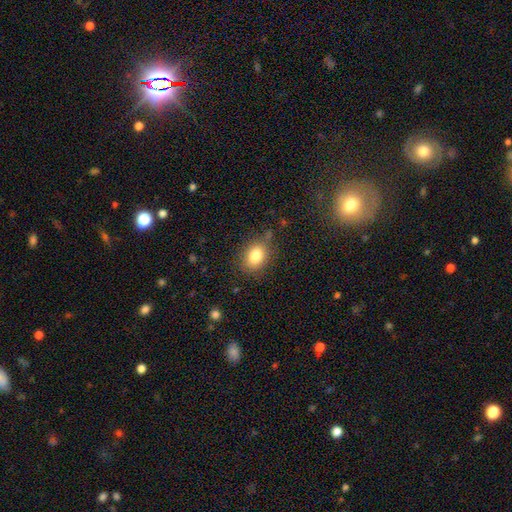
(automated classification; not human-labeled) Smooth or featured? smooth (82%)
How rounded? in between (67%)
Merging? none (77%)